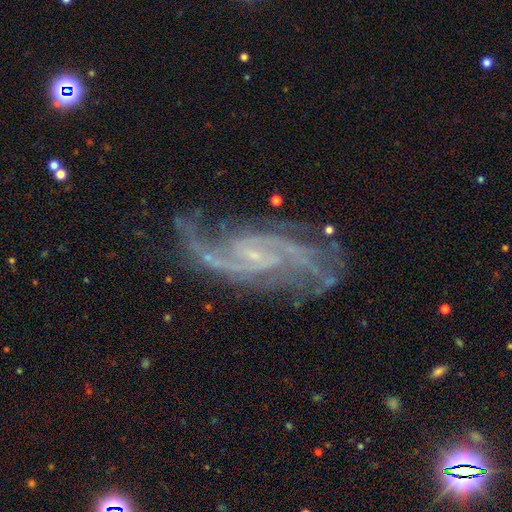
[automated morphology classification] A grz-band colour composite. It shows a featured or disk galaxy (90%) with no bar (47%), 2 (55%) medium (51%) spiral arms (98%) and a small central bulge (80%). Merging: none (67%).